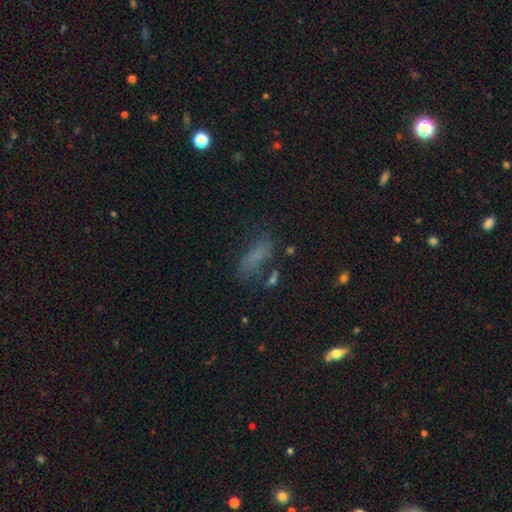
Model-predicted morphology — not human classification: smooth-or-featured: smooth: 64% | star or artifact: 20% | featured or disk: 16%
  how-rounded: in between: 60% | cigar-shaped: 35% | round: 5%
  merging: none: 52% | minor disturbance: 22% | major disturbance: 18% | merger: 8%